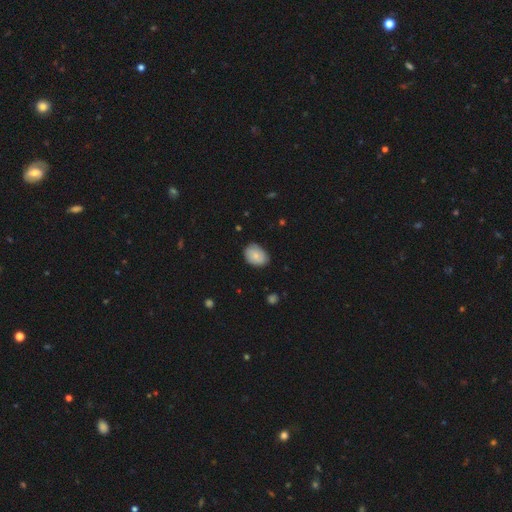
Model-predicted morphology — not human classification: The model was most divided on "how rounded": in between: 74%, round: 25%, cigar-shaped: 1%. More confident: smooth or featured — smooth (80%); merging — none (76%).